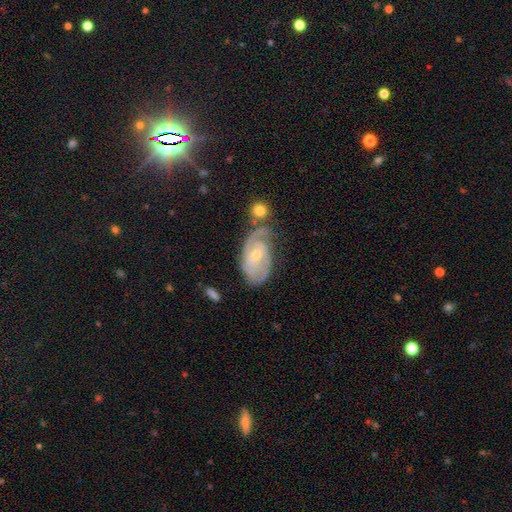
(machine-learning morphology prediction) Overall: featured or disk (84%). Edge-on disk: no (96%). Bar: no (55%; weak 37%). Spiral arms: yes (95%). Spiral arm count: 2 (43%; can't tell 24%). Spiral winding: tight (59%; medium 33%). Bulge size: small (55%; moderate 42%). Merging: none (54%; minor disturbance 24%).